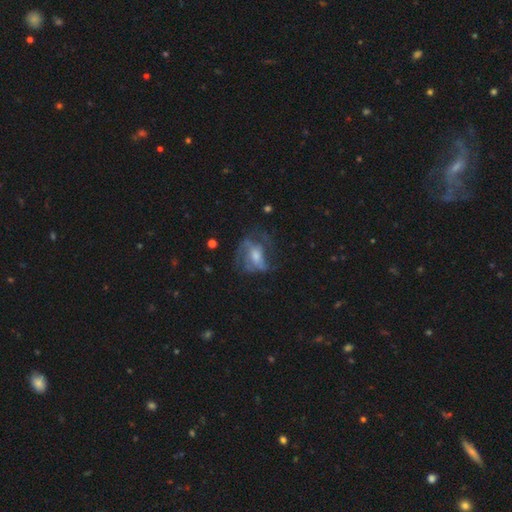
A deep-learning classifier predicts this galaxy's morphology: Smooth or featured? Predicted: featured or disk (p=0.67). Edge-on disk? Predicted: no (p=0.96). Bar? Predicted: no (p=0.52). Spiral arms? Predicted: yes (p=0.71). Bulge size? Predicted: moderate (p=0.47). Merging? Predicted: none (p=0.44).